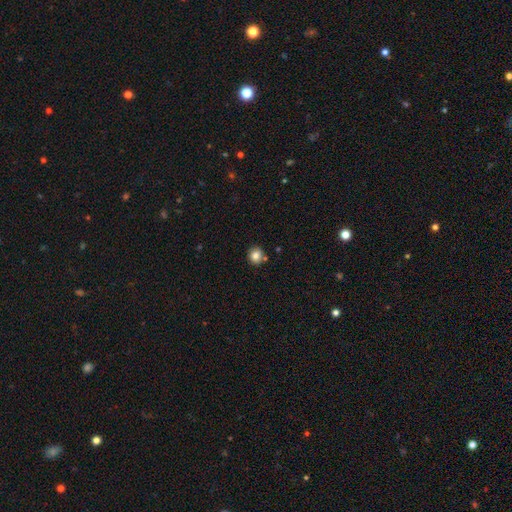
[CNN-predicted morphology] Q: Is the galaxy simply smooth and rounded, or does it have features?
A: smooth — 84%.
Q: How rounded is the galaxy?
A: round — 86%.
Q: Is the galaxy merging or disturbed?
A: none — 80%.